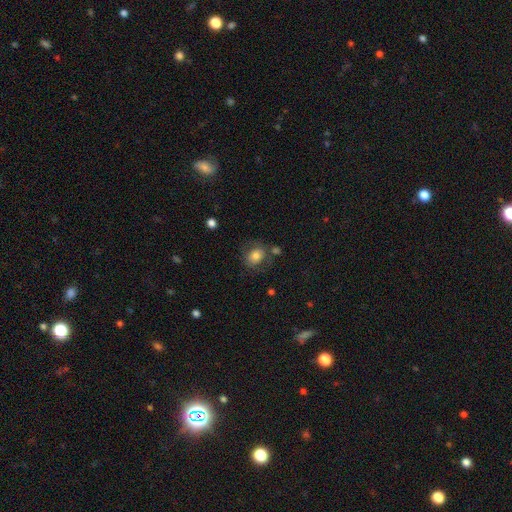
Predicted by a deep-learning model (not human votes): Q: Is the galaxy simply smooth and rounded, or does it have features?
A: smooth — 75%.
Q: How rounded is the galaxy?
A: round — 51%.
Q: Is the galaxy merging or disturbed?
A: none — 64%.